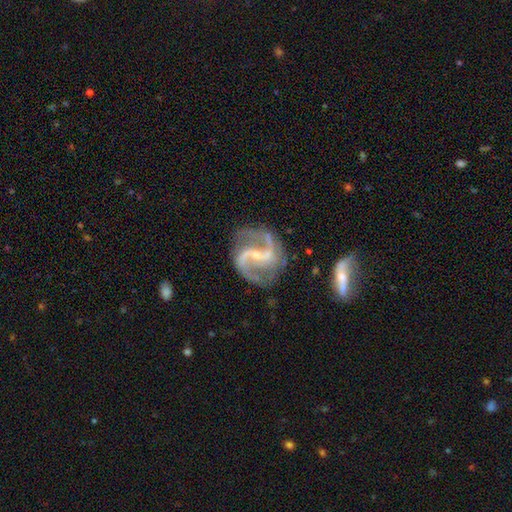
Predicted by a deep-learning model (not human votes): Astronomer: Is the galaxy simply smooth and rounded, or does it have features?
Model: featured or disk — 92%.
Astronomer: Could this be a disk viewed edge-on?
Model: no — 98%.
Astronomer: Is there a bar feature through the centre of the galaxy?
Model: strong — 41% (runner-up: weak, 39%).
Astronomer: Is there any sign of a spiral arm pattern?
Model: yes — 98%.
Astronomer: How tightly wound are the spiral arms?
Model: medium — 54% (runner-up: loose, 35%).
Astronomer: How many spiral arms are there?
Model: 2 — 91%.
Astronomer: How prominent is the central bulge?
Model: small — 71%.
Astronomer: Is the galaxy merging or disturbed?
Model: none — 70%.